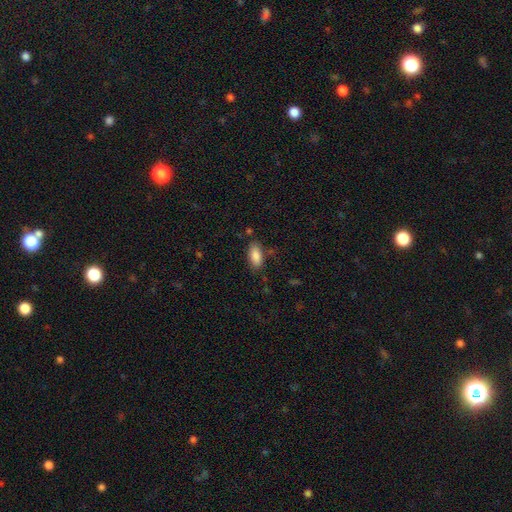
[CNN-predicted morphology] A smooth galaxy with no disk features (87%) that is in between round and cigar-shaped (89%).

Vote fractions:
- Smooth or featured? smooth: 87% / star or artifact: 7% / featured or disk: 5%
- How rounded? in between: 89% / cigar-shaped: 9% / round: 2%
- Merging? none: 80% / minor disturbance: 13% / major disturbance: 4% / merger: 3%